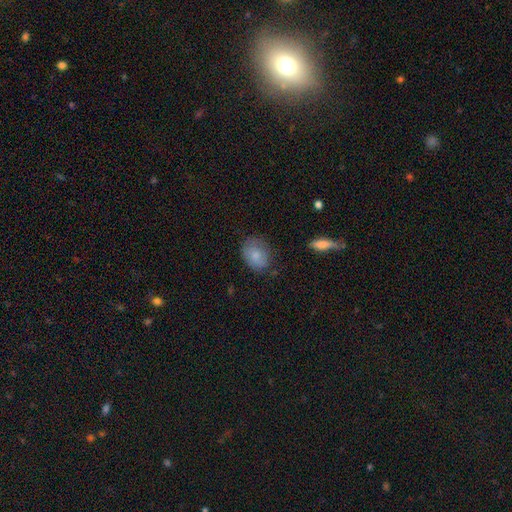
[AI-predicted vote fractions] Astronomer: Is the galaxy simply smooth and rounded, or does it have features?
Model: smooth — 79%.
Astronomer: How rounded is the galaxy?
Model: in between — 65%.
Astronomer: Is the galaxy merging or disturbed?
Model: none — 67%.